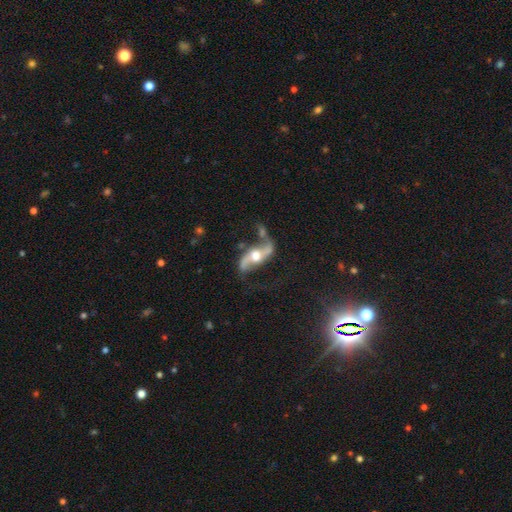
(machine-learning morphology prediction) Smooth or featured: featured or disk — 85% (smooth — 10%)
Edge-on disk: no — 87% (yes — 13%)
Bar: no — 49% (weak — 27%)
Spiral arms: yes — 92% (no — 8%)
Spiral winding: loose — 79% (medium — 16%)
Spiral arm count: 2 — 93% (can't tell — 2%)
Bulge size: moderate — 65% (large — 22%)
Merging: none — 57% (minor disturbance — 19%)